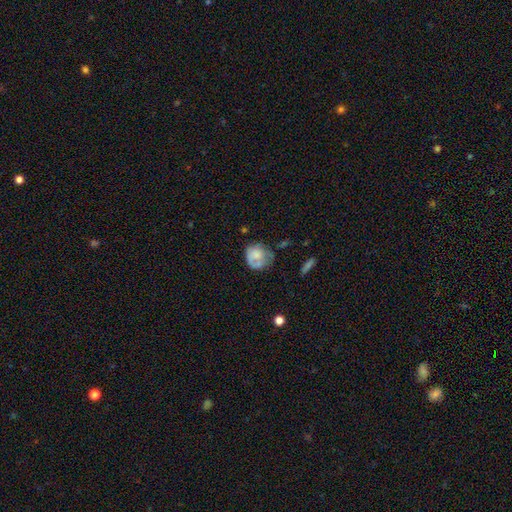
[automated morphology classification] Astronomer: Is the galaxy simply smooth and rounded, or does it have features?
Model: smooth — 60%.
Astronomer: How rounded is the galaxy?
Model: round — 74%.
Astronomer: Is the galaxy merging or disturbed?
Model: none — 43% (runner-up: minor disturbance, 27%).